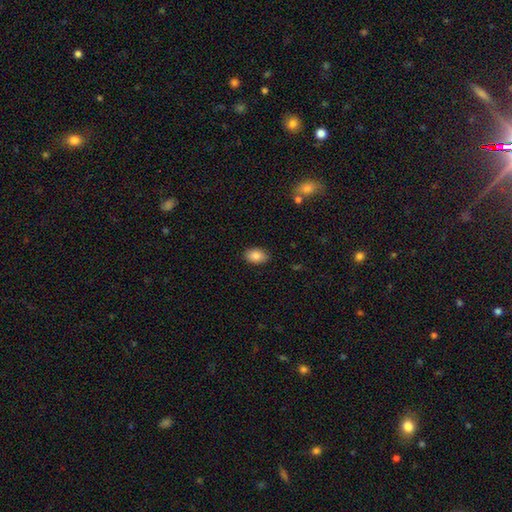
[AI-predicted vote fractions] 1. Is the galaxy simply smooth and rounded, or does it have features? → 86% smooth, 8% star or artifact, 7% featured or disk.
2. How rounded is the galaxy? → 87% in between, 12% round, 1% cigar-shaped.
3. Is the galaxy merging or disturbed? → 88% none, 9% minor disturbance, 2% major disturbance, 1% merger.